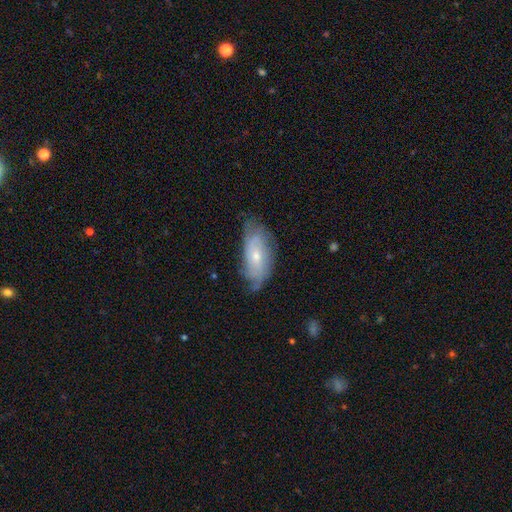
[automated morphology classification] smooth-or-featured: featured or disk: 58% | smooth: 34% | star or artifact: 7%
  disk-edge-on: no: 88% | yes: 12%
    bar: no: 71% | weak: 24% | strong: 5%
    has-spiral-arms: yes: 77% | no: 23%
    bulge-size: small: 59% | moderate: 37% | large: 1% | none: 1% | dominant: 1%
  merging: none: 62% | minor disturbance: 29% | major disturbance: 8% | merger: 1%